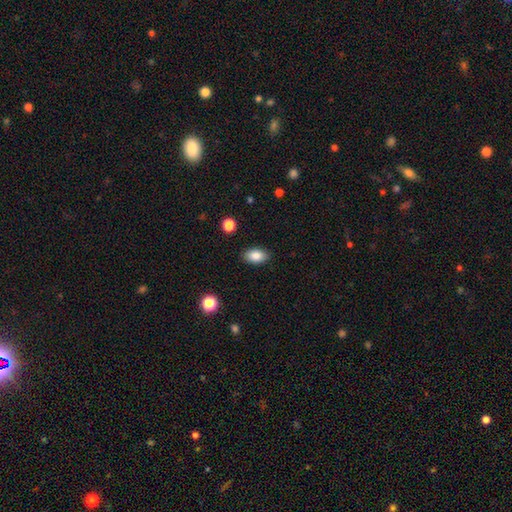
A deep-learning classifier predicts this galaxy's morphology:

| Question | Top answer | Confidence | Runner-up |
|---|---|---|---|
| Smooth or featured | smooth | 86% | star or artifact (8%) |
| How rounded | in between | 91% | round (7%) |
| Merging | none | 87% | minor disturbance (9%) |